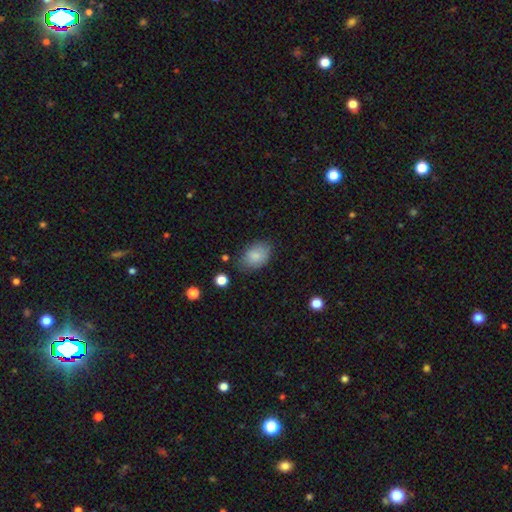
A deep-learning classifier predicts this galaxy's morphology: Q: Smooth or featured?
A: smooth (84%); runner-up: featured or disk (8%)
Q: How rounded?
A: in between (85%); runner-up: round (14%)
Q: Merging?
A: none (74%); runner-up: minor disturbance (19%)